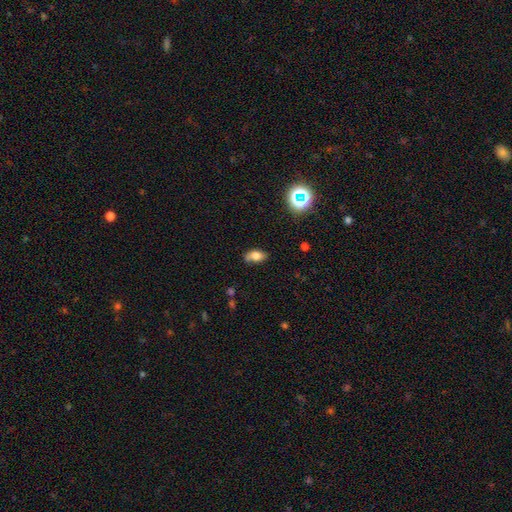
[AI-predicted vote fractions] smooth_or_featured: smooth (p=0.70) [alt: featured or disk p=0.19]
how_rounded: in between (p=0.87) [alt: round p=0.07]
merging: none (p=0.68) [alt: minor disturbance p=0.23]